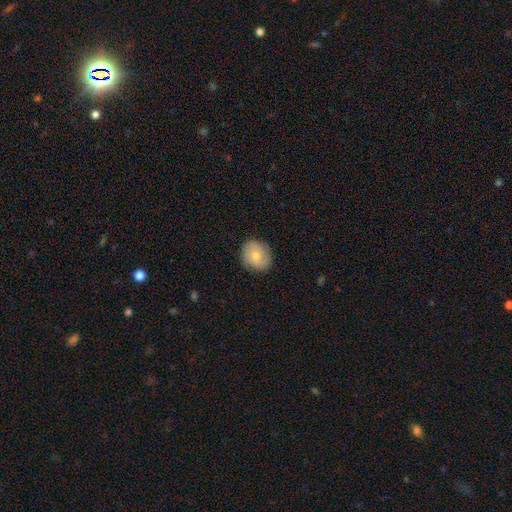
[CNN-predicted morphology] smooth-or-featured: smooth: 62% | featured or disk: 31% | star or artifact: 7%
  how-rounded: round: 73% | in between: 26% | cigar-shaped: 1%
  merging: none: 83% | minor disturbance: 13% | major disturbance: 3% | merger: 1%